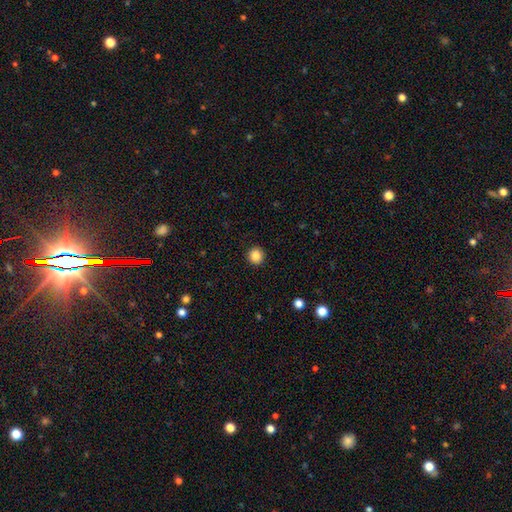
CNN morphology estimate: type=smooth (87%); roundness=round (94%); merging=none (93%).